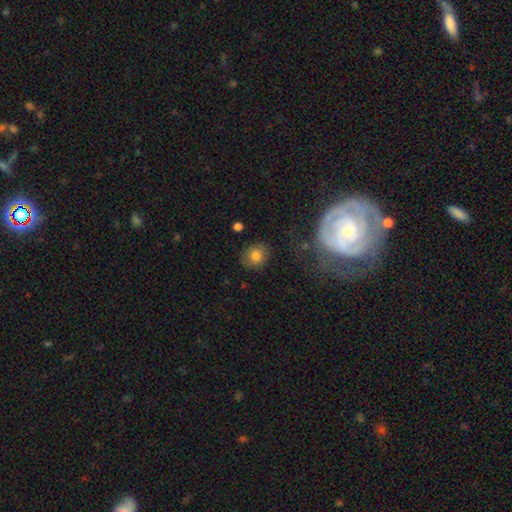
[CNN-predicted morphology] Smooth or featured? smooth (80%)
How rounded? round (73%)
Merging? none (83%)